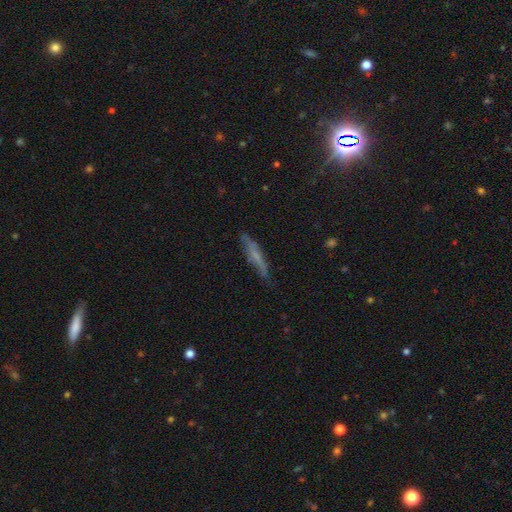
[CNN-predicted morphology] A featured or disk galaxy (47%).

Vote fractions:
- Smooth or featured? featured or disk: 47% / smooth: 44% / star or artifact: 9%
- Merging? none: 71% / minor disturbance: 21% / major disturbance: 5% / merger: 2%